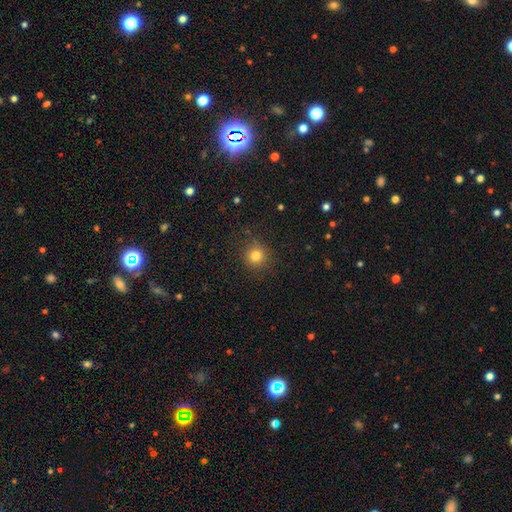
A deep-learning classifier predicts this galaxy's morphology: Smooth or featured? smooth (81%)
How rounded? round (92%)
Merging? none (86%)